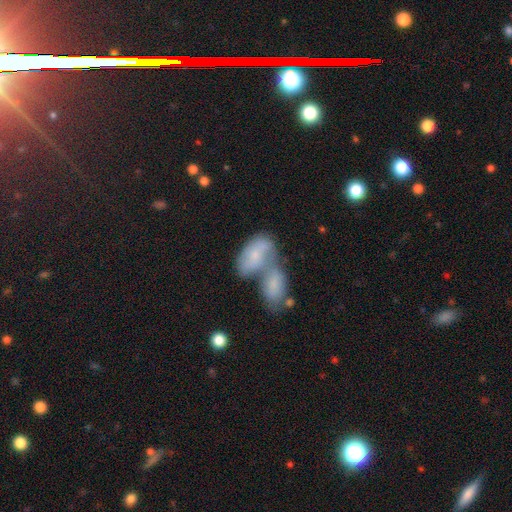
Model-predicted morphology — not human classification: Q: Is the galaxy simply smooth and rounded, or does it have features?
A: smooth — 60%.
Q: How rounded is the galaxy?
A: in between — 90%.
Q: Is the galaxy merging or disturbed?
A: merger — 67%.